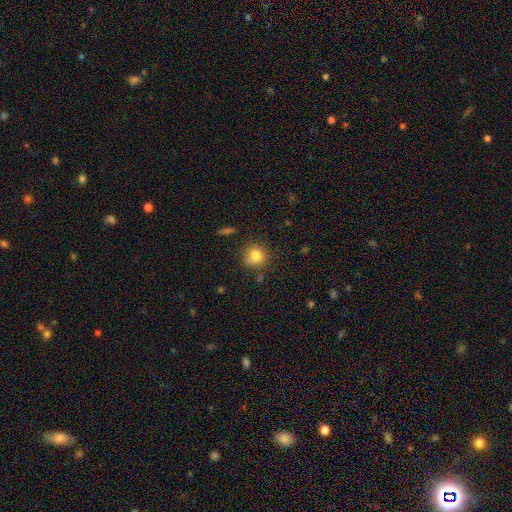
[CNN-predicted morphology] Overall: smooth (81%). How rounded: round (86%). Merging: none (71%).